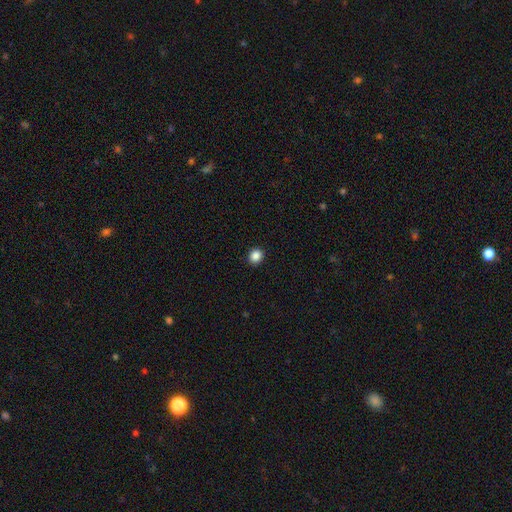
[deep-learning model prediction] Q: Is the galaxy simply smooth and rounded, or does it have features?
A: smooth — 87%.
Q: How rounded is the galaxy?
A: round — 74%.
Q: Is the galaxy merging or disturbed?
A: none — 92%.